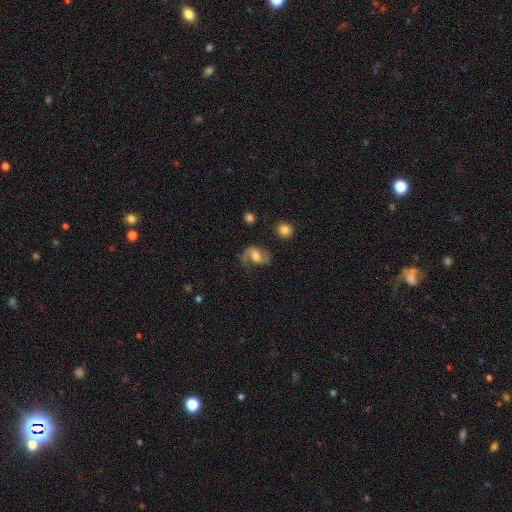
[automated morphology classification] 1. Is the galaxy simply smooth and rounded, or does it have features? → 65% featured or disk, 27% smooth, 8% star or artifact.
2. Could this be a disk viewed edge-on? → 97% no, 3% yes.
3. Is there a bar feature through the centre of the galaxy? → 45% weak, 41% no, 14% strong.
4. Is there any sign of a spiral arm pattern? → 90% yes, 10% no.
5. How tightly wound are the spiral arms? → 49% loose, 39% medium, 12% tight.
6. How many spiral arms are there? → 75% 2, 17% 1, 5% can't tell, 1% 3, 1% 4, 1% more than 4.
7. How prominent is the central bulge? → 56% moderate, 20% large, 17% small, 5% none, 2% dominant.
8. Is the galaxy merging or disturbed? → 58% none, 22% minor disturbance, 17% major disturbance, 3% merger.